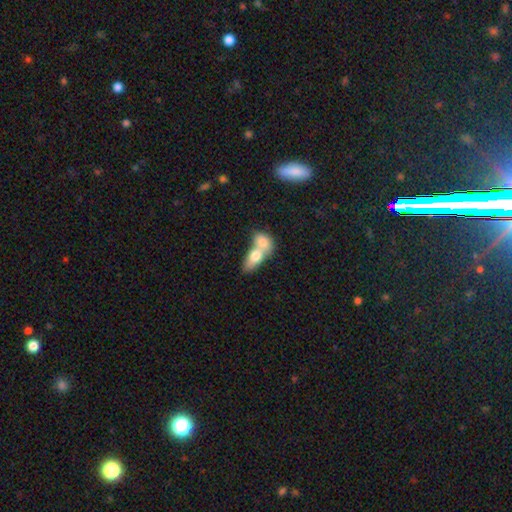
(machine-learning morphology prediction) type=smooth (74%); roundness=in between (82%); merging=merger (79%).